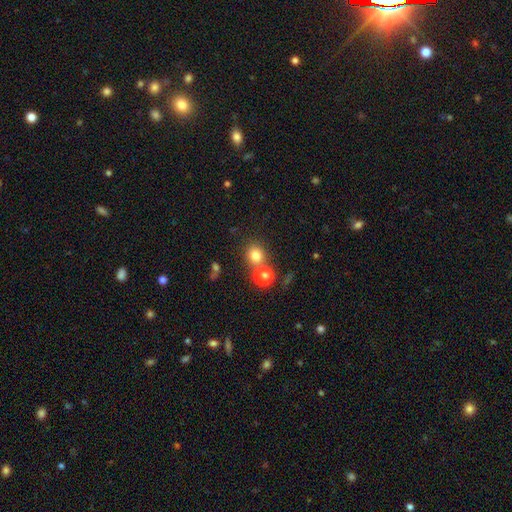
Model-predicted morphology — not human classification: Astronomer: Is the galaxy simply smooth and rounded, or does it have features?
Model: smooth — 78%.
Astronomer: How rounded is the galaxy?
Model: round — 79%.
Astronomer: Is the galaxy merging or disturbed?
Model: none — 62%.